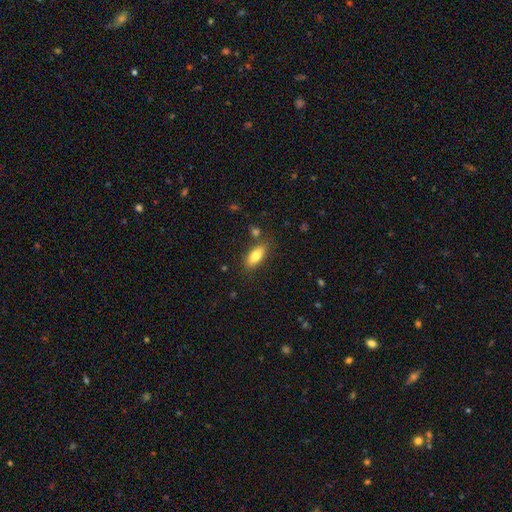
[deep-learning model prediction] Morphology: type=smooth (79%); roundness=in between (80%); merging=none (79%).